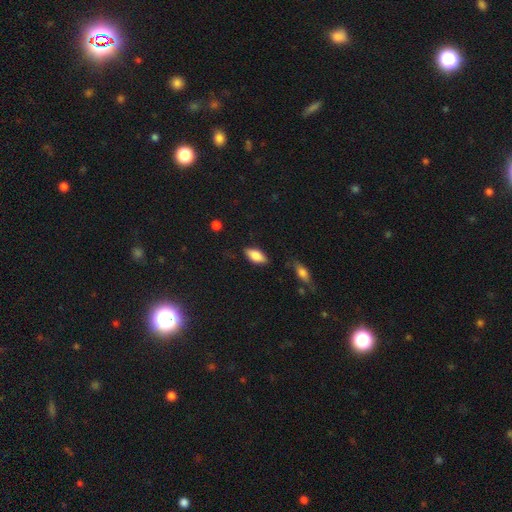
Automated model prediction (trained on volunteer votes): Smooth or featured? Predicted: smooth (p=0.77). How rounded? Predicted: in between (p=0.85). Merging? Predicted: none (p=0.81).